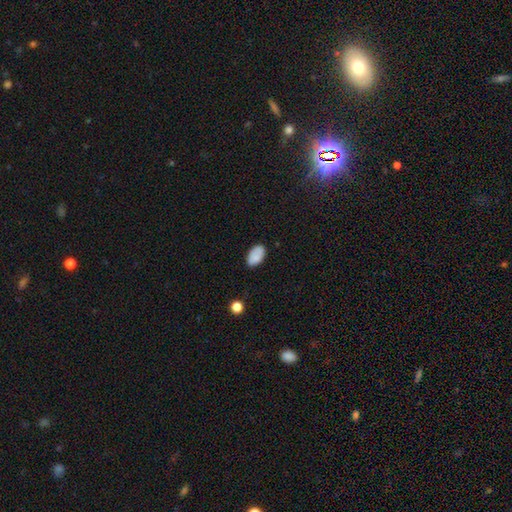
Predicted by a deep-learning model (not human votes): Smooth or featured? smooth (84%)
How rounded? in between (93%)
Merging? none (79%)